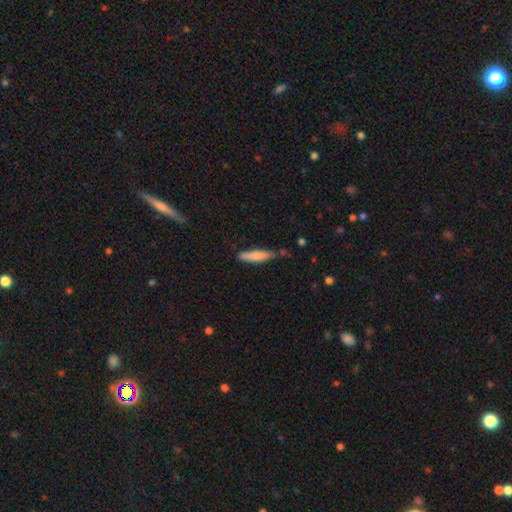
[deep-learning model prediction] A smooth galaxy with no disk features (80%) that is cigar-shaped (82%). Merging: none (71%).